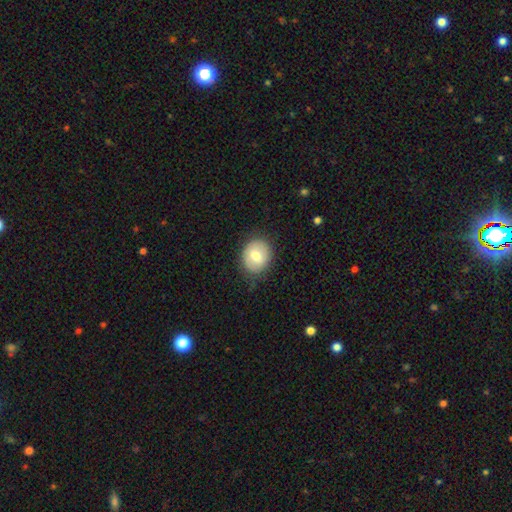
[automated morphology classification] Q: Smooth or featured?
A: smooth (68%); runner-up: featured or disk (25%)
Q: How rounded?
A: round (67%); runner-up: in between (32%)
Q: Merging?
A: none (79%); runner-up: minor disturbance (15%)